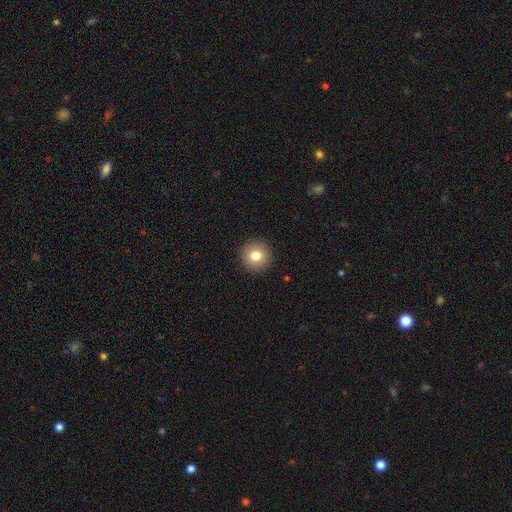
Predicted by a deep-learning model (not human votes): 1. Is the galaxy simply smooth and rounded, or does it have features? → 79% smooth, 11% featured or disk, 10% star or artifact.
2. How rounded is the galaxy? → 95% round, 4% in between, 1% cigar-shaped.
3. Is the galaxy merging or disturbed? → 92% none, 5% minor disturbance, 2% major disturbance, 1% merger.